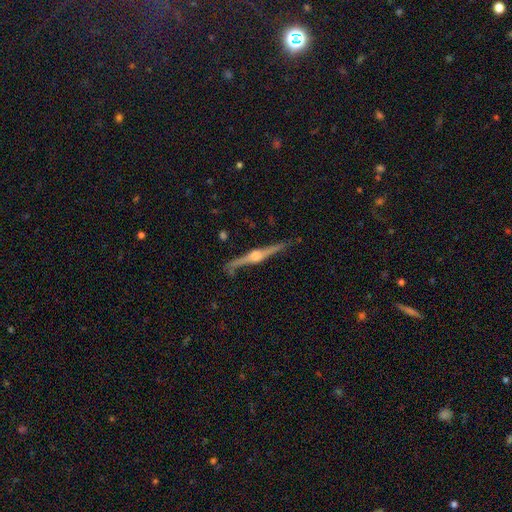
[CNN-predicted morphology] Smooth or featured? featured or disk (88%)
Edge-on disk? yes (98%)
Edge-on bulge? rounded (92%)
Merging? none (86%)